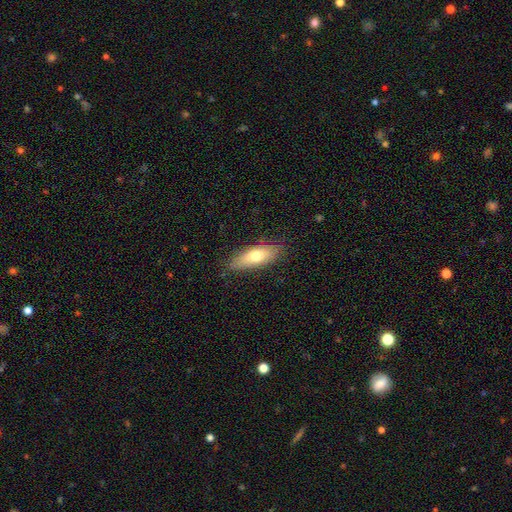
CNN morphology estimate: smooth_or_featured: smooth (p=0.68) [alt: featured or disk p=0.25]
how_rounded: in between (p=0.61) [alt: cigar-shaped p=0.36]
merging: none (p=0.82) [alt: minor disturbance p=0.14]